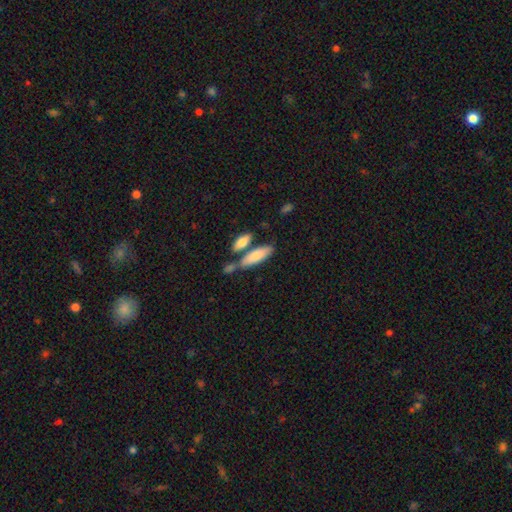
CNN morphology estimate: A smooth galaxy with no disk features (79%) that is in between round and cigar-shaped (60%).

Vote fractions:
- Smooth or featured? smooth: 79% / featured or disk: 16% / star or artifact: 5%
- How rounded? in between: 60% / cigar-shaped: 38% / round: 2%
- Merging? none: 56% / merger: 26% / minor disturbance: 14% / major disturbance: 4%